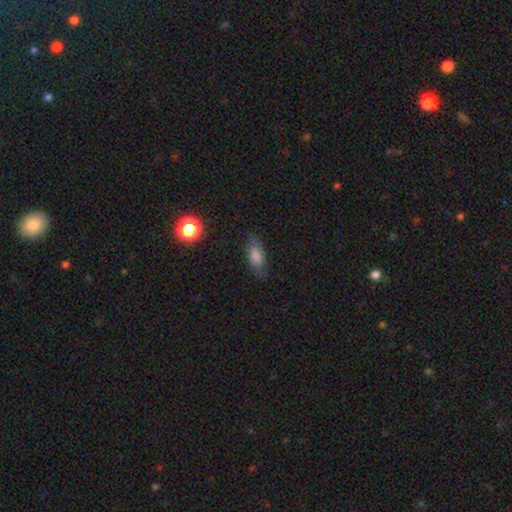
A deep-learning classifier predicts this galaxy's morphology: A smooth galaxy with no disk features (64%) that is in between round and cigar-shaped (81%).

Vote fractions:
- Smooth or featured? smooth: 64% / featured or disk: 25% / star or artifact: 11%
- How rounded? in between: 81% / cigar-shaped: 11% / round: 8%
- Merging? none: 73% / minor disturbance: 19% / major disturbance: 6% / merger: 1%